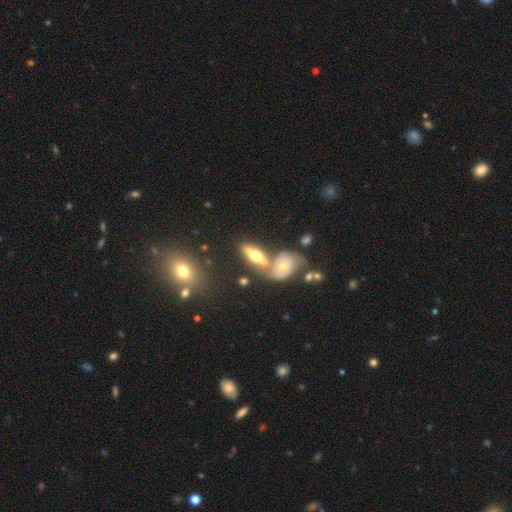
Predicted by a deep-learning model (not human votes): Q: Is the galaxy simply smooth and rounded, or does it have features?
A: featured or disk — 49%.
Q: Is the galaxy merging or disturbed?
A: none — 52%.